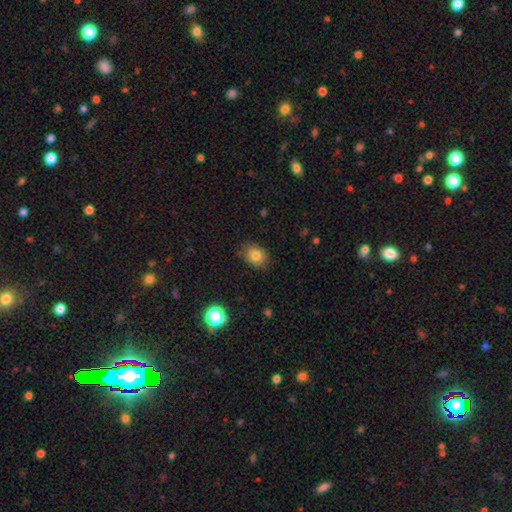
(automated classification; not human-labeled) smooth 80%, star or artifact 11%, featured or disk 9%. Down the decision tree: how rounded — in between (58%); merging — none (79%).